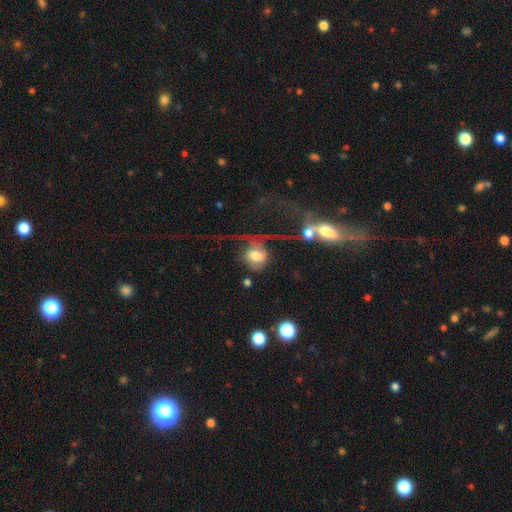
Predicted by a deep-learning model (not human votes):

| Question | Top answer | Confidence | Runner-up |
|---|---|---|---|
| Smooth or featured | smooth | 47% | featured or disk (42%) |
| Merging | major disturbance | 43% | merger (25%) |